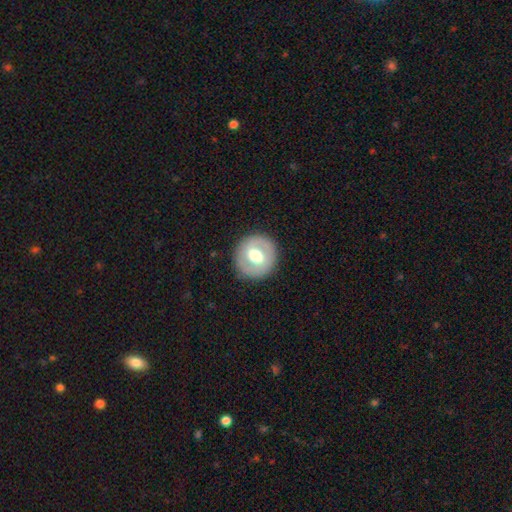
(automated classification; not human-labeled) Smooth or featured? Predicted: smooth (p=0.50). How rounded? Predicted: round (p=0.91). Merging? Predicted: none (p=0.88).